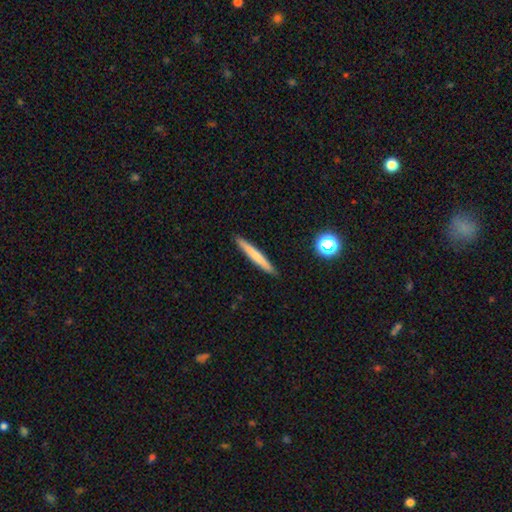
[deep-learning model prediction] A smooth galaxy with no disk features (65%) that is cigar-shaped (96%). Merging: none (91%).